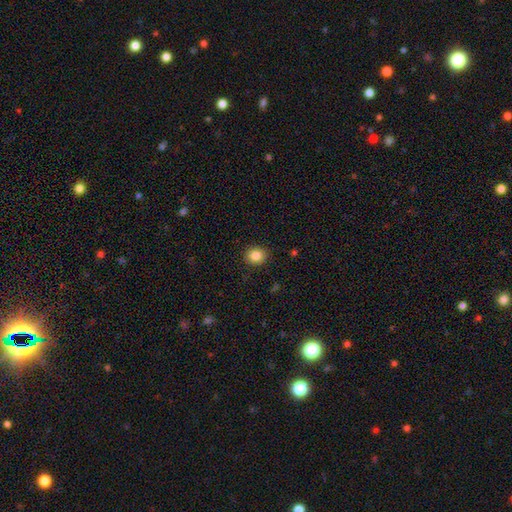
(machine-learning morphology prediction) Smooth or featured? Predicted: smooth (p=0.86). How rounded? Predicted: round (p=0.77). Merging? Predicted: none (p=0.89).